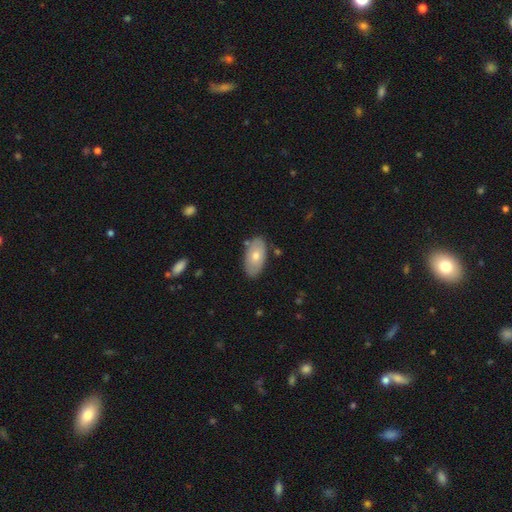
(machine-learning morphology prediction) Smooth or featured?
  - smooth: 62% *
  - featured or disk: 32%
  - star or artifact: 7%
How rounded?
  - in between: 94% *
  - round: 4%
  - cigar-shaped: 2%
Merging?
  - none: 81% *
  - minor disturbance: 14%
  - merger: 3%
  - major disturbance: 3%